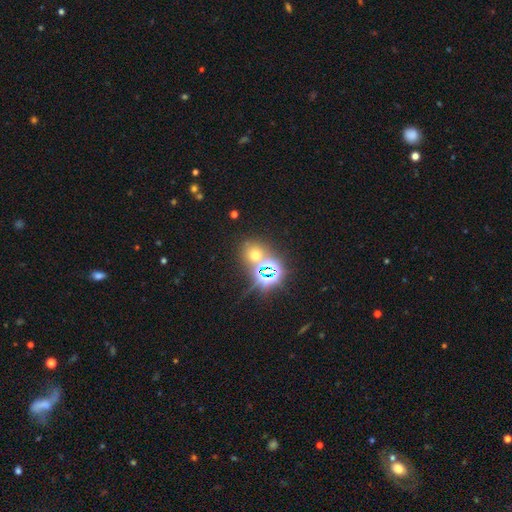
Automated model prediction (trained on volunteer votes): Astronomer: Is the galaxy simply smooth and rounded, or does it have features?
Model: star or artifact — 48% (runner-up: smooth, 42%).